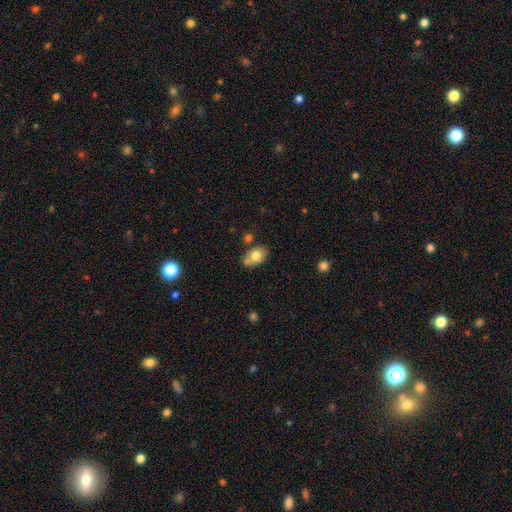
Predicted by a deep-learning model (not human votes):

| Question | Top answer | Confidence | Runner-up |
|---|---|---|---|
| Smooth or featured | smooth | 75% | featured or disk (16%) |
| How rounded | in between | 73% | round (26%) |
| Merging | none | 54% | merger (22%) |